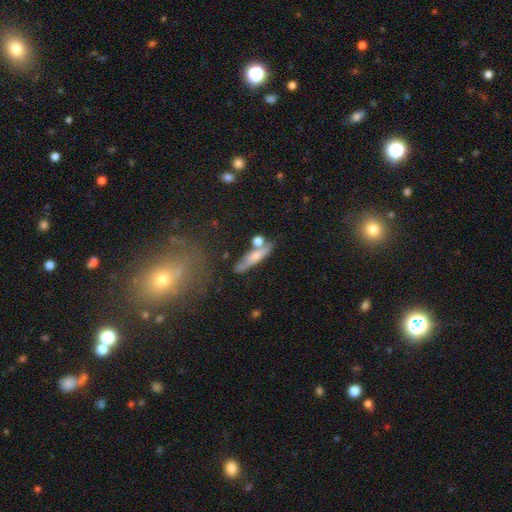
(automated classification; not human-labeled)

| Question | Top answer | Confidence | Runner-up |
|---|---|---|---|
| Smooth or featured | smooth | 58% | featured or disk (34%) |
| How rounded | cigar-shaped | 71% | in between (24%) |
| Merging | none | 58% | merger (20%) |